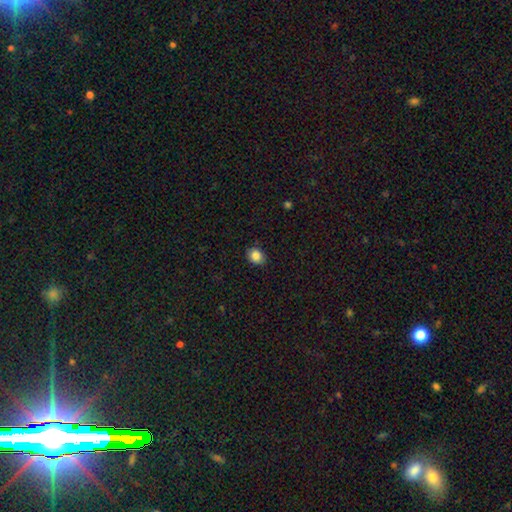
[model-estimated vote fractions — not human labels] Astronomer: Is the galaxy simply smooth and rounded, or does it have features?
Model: smooth — 86%.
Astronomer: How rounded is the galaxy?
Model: round — 52% (runner-up: in between, 47%).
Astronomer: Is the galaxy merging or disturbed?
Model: none — 87%.